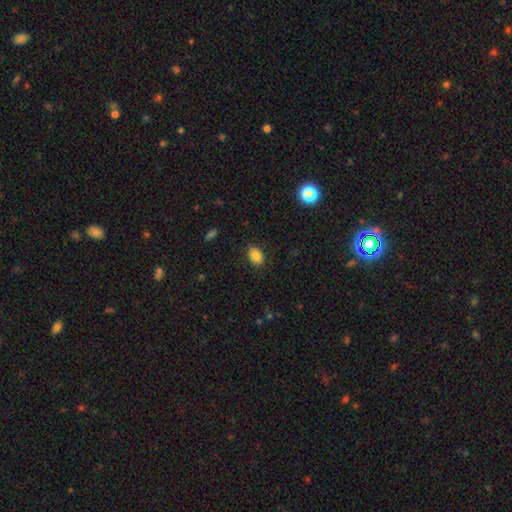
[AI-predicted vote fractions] Smooth or featured? Predicted: smooth (p=0.83). How rounded? Predicted: in between (p=0.79). Merging? Predicted: none (p=0.84).